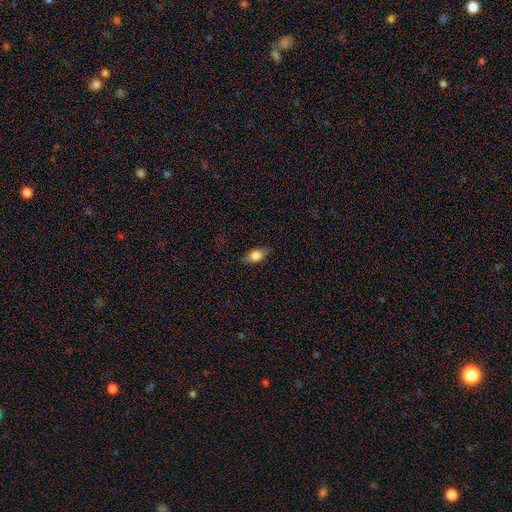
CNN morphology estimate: smooth-or-featured: smooth: 79% | featured or disk: 14% | star or artifact: 8%
  how-rounded: in between: 85% | cigar-shaped: 8% | round: 7%
  merging: none: 82% | minor disturbance: 13% | major disturbance: 3% | merger: 1%